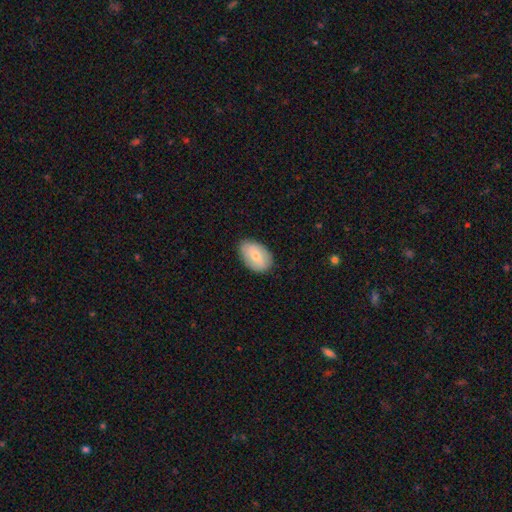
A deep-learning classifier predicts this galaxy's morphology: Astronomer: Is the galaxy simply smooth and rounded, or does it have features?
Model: smooth — 67%.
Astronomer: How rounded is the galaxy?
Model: in between — 89%.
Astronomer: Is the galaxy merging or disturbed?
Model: none — 82%.